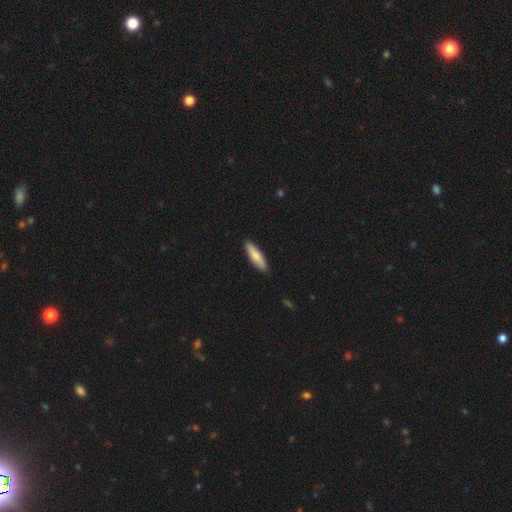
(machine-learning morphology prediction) Q: Smooth or featured?
A: smooth (79%); runner-up: featured or disk (16%)
Q: How rounded?
A: cigar-shaped (63%); runner-up: in between (35%)
Q: Merging?
A: none (90%); runner-up: minor disturbance (7%)